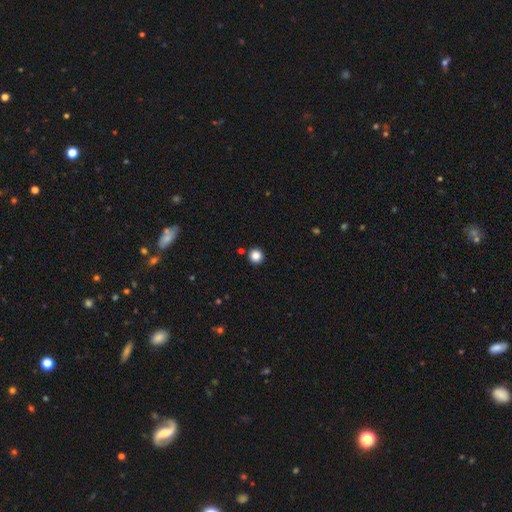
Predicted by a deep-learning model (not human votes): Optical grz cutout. It shows a smooth galaxy with no disk features (86%) that is round (96%). Merging: none (92%).